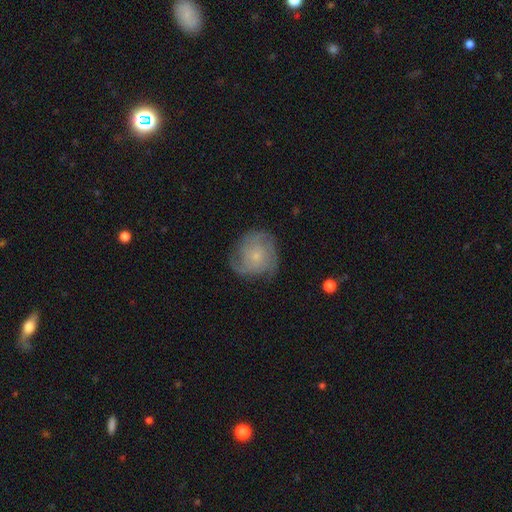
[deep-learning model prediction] Smooth or featured? Predicted: featured or disk (p=0.68). Edge-on disk? Predicted: no (p=0.98). Bar? Predicted: no (p=0.80). Spiral arms? Predicted: yes (p=0.91). Spiral winding? Predicted: tight (p=0.53). Spiral arm count? Predicted: can't tell (p=0.30). Bulge size? Predicted: small (p=0.78). Merging? Predicted: none (p=0.69).